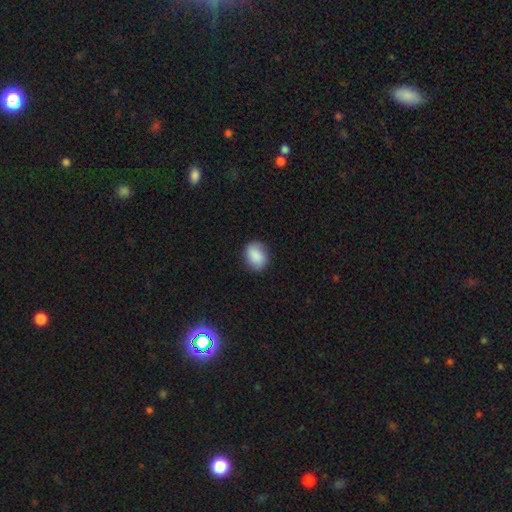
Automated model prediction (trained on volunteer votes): A smooth galaxy with no disk features (87%) that is in between round and cigar-shaped (60%).

Vote fractions:
- Smooth or featured? smooth: 87% / star or artifact: 7% / featured or disk: 6%
- How rounded? in between: 60% / round: 39% / cigar-shaped: 1%
- Merging? none: 83% / minor disturbance: 13% / major disturbance: 3% / merger: 1%